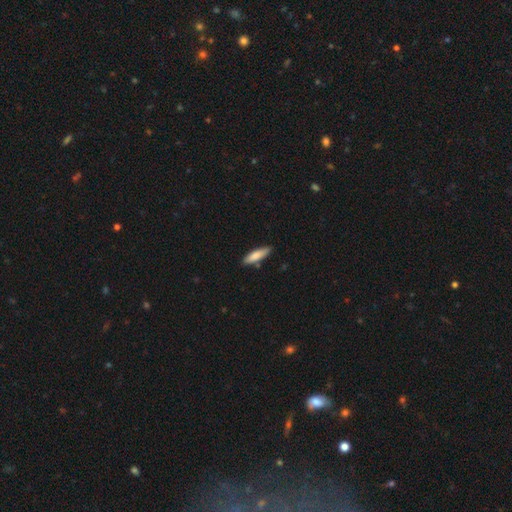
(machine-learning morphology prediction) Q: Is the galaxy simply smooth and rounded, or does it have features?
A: smooth — 81%.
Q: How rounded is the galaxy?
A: cigar-shaped — 62%.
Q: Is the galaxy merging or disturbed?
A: none — 81%.